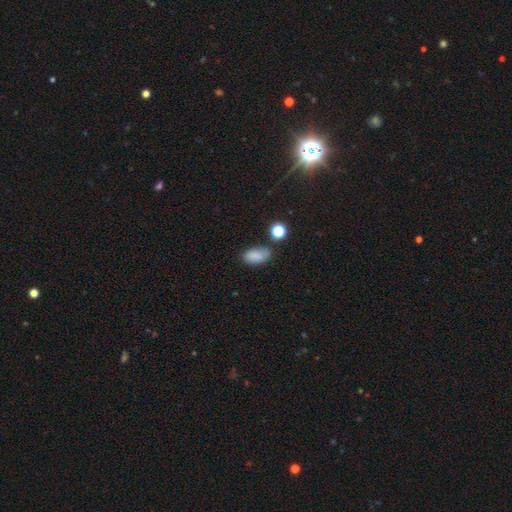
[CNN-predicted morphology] A smooth galaxy with no disk features (81%) that is in between round and cigar-shaped (90%).

Vote fractions:
- Smooth or featured? smooth: 81% / star or artifact: 11% / featured or disk: 7%
- How rounded? in between: 90% / round: 7% / cigar-shaped: 2%
- Merging? none: 59% / minor disturbance: 26% / major disturbance: 8% / merger: 7%